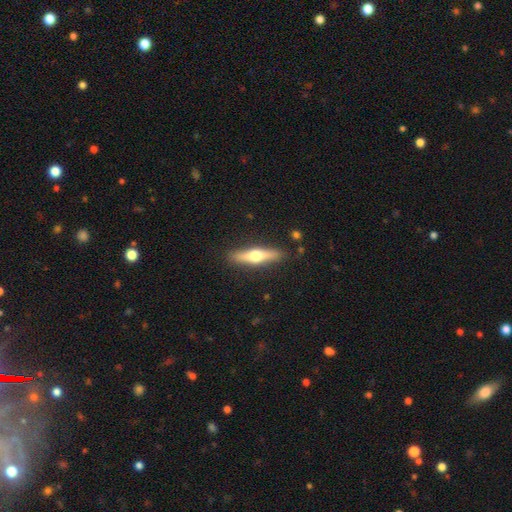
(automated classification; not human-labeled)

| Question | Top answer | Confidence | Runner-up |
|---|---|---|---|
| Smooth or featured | featured or disk | 52% | smooth (43%) |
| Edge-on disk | yes | 93% | no (7%) |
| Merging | none | 88% | minor disturbance (9%) |